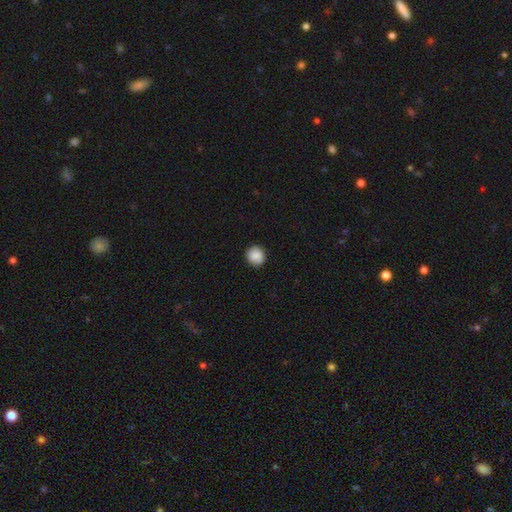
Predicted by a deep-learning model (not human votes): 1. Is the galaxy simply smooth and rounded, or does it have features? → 87% smooth, 8% star or artifact, 5% featured or disk.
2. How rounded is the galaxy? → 89% round, 10% in between, 1% cigar-shaped.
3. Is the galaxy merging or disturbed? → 89% none, 8% minor disturbance, 2% major disturbance, 1% merger.